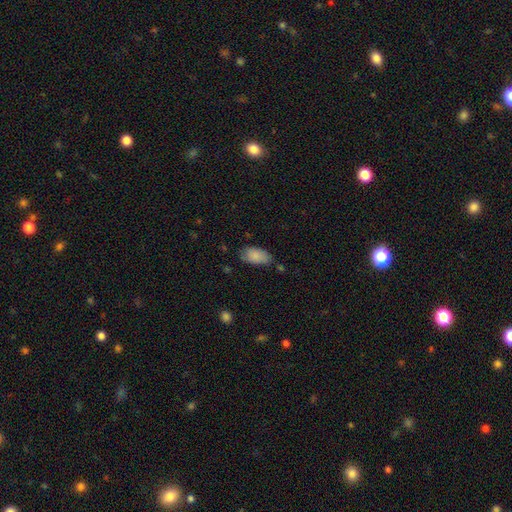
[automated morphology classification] This appears to be a smooth galaxy with no disk features (85%) that is in between round and cigar-shaped (94%). Merging: none (65%).